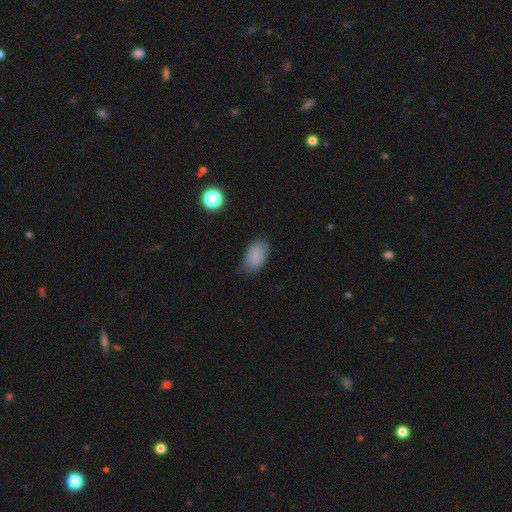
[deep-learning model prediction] A smooth galaxy with no disk features (86%) that is in between round and cigar-shaped (89%).

Vote fractions:
- Smooth or featured? smooth: 86% / star or artifact: 9% / featured or disk: 5%
- How rounded? in between: 89% / round: 9% / cigar-shaped: 1%
- Merging? none: 69% / minor disturbance: 25% / major disturbance: 5% / merger: 1%